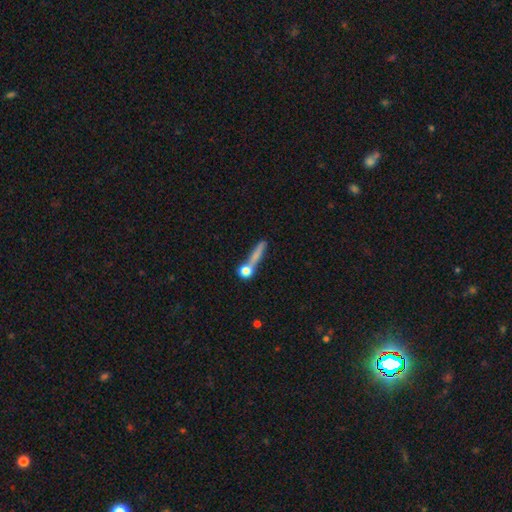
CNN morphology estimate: The model was most divided on "merging": none: 54%, merger: 23%, minor disturbance: 13%, major disturbance: 10%. More confident: how rounded — cigar-shaped (65%); smooth or featured — smooth (62%).